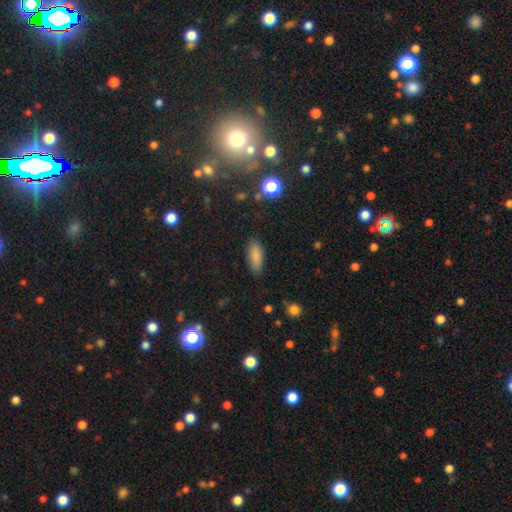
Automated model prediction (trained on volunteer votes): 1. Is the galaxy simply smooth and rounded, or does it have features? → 86% smooth, 9% star or artifact, 6% featured or disk.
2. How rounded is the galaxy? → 76% in between, 22% cigar-shaped, 2% round.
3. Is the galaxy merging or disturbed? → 84% none, 12% minor disturbance, 3% major disturbance, 1% merger.